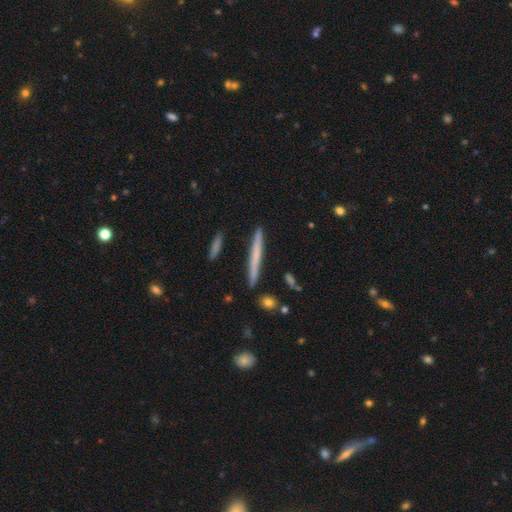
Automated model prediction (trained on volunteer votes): smooth_or_featured: smooth (p=0.56) [alt: featured or disk p=0.38]
how_rounded: cigar-shaped (p=0.97) [alt: in between p=0.02]
merging: none (p=0.91) [alt: minor disturbance p=0.06]